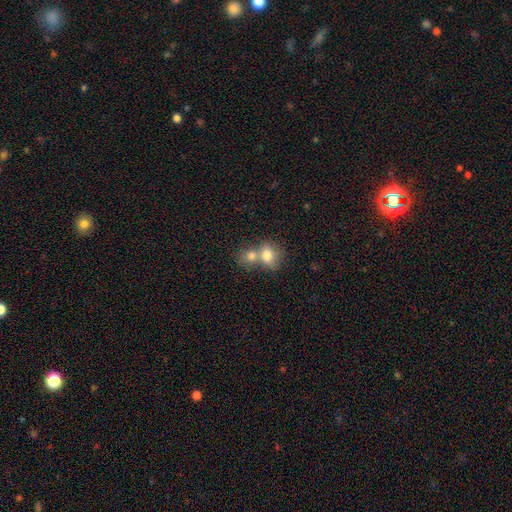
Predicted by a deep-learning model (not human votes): smooth 73%, featured or disk 16%, star or artifact 11%. Down the decision tree: how rounded — round (55%); merging — merger (64%).